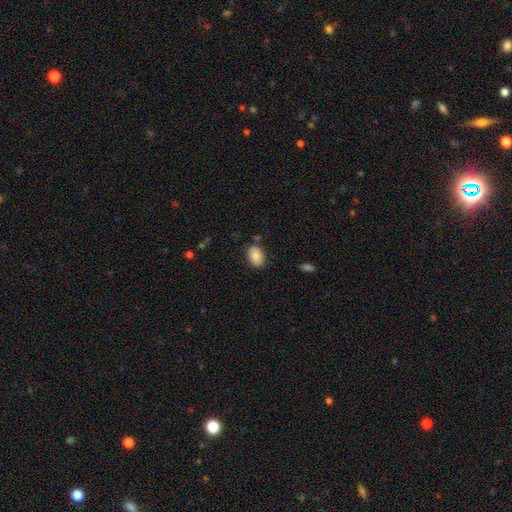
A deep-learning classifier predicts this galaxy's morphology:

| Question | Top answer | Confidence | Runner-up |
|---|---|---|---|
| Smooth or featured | smooth | 83% | featured or disk (10%) |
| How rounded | in between | 85% | round (14%) |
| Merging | none | 80% | minor disturbance (14%) |